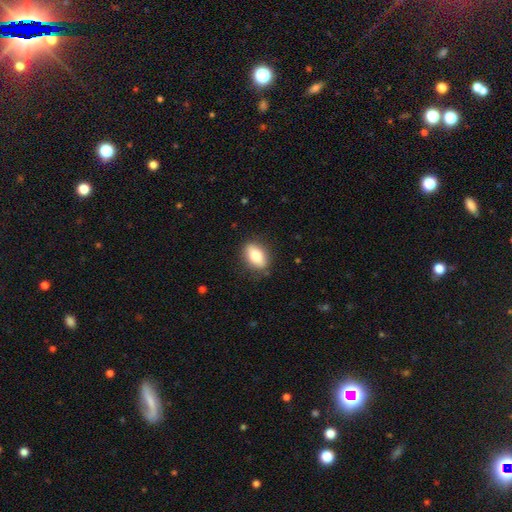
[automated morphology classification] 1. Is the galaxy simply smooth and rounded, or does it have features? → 75% smooth, 18% featured or disk, 7% star or artifact.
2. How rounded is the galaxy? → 84% in between, 10% round, 6% cigar-shaped.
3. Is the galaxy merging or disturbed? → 84% none, 12% minor disturbance, 3% major disturbance, 1% merger.